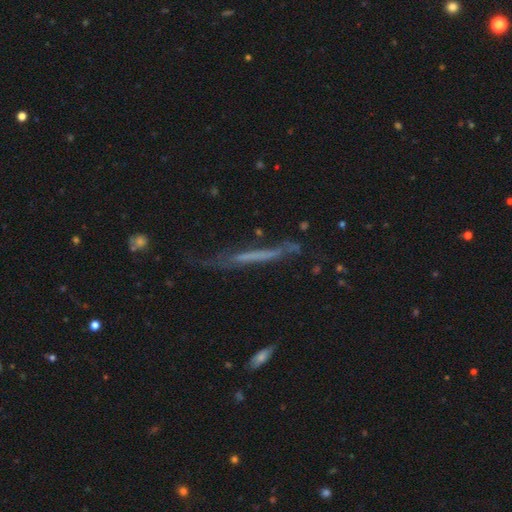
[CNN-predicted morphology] smooth_or_featured: featured or disk (p=0.52) [alt: smooth p=0.37]
disk_edge_on: yes (p=0.83) [alt: no p=0.17]
merging: none (p=0.56) [alt: minor disturbance p=0.26]